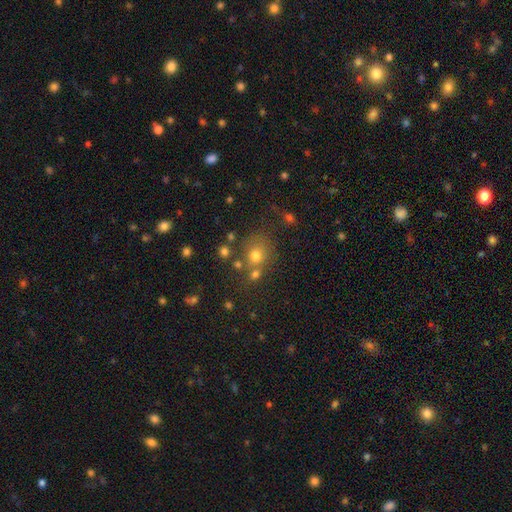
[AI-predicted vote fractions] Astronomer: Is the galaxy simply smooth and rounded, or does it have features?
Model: smooth — 68%.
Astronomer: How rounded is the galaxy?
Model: round — 77%.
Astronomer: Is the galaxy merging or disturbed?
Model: none — 60%.